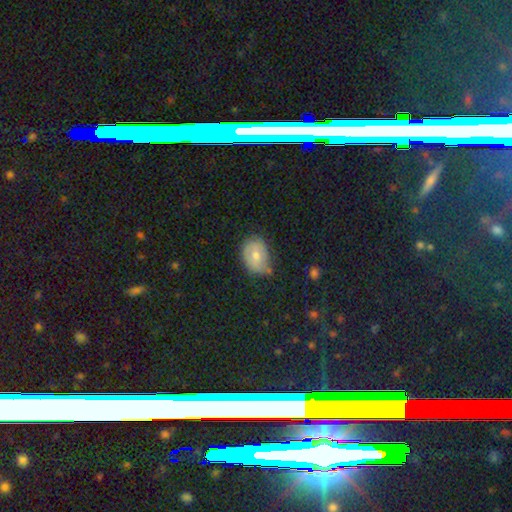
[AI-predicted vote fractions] Smooth or featured? Predicted: smooth (p=0.68). How rounded? Predicted: in between (p=0.71). Merging? Predicted: none (p=0.55).